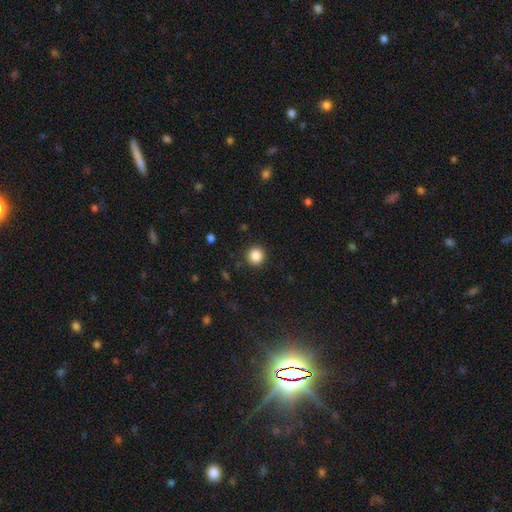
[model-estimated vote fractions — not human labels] This appears to be a smooth galaxy with no disk features (87%) that is round (92%). Merging: none (91%).